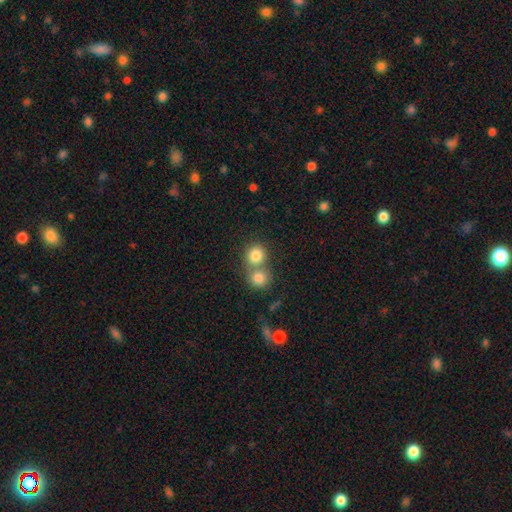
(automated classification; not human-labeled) smooth-or-featured: smooth: 82% | star or artifact: 11% | featured or disk: 8%
  how-rounded: round: 85% | in between: 14% | cigar-shaped: 1%
  merging: merger: 48% | none: 43% | minor disturbance: 6% | major disturbance: 2%